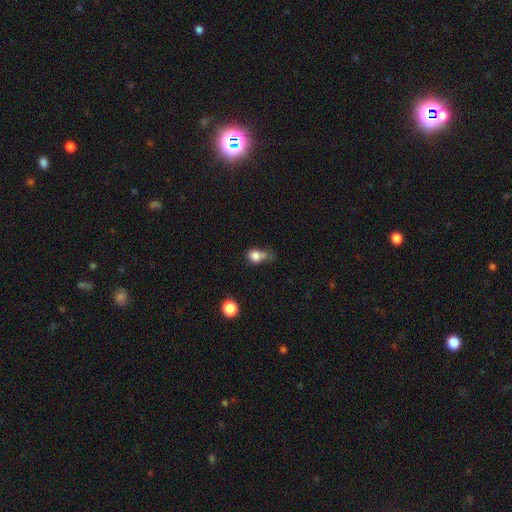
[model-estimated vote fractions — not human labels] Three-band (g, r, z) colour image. It shows a smooth galaxy with no disk features (78%) that is round (58%). Merging: none (30%).